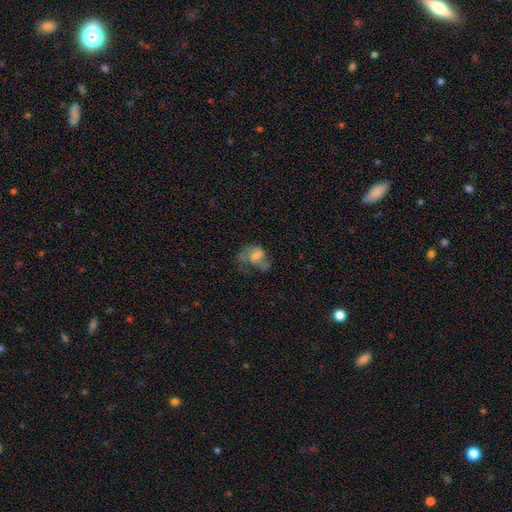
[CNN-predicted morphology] Smooth or featured?
  - featured or disk: 45% *
  - smooth: 43%
  - star or artifact: 11%
Merging?
  - major disturbance: 42% *
  - none: 29%
  - minor disturbance: 22%
  - merger: 6%